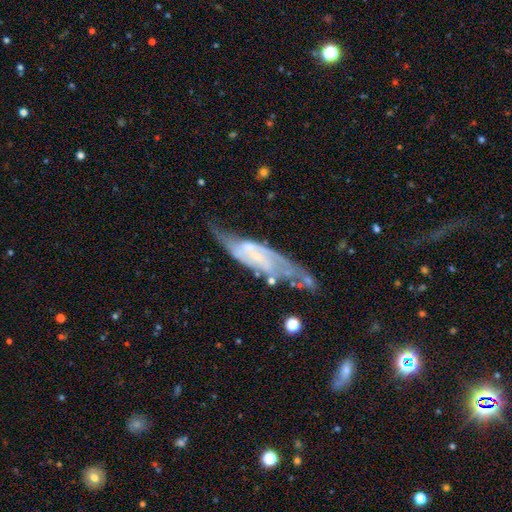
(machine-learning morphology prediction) The model was most divided on "bar": no: 40%, weak: 38%, strong: 22%. Remaining: spiral arms — yes (91%); smooth or featured — featured or disk (81%); edge-on disk — no (79%); spiral arm count — 2 (74%); bulge size — small (58%); merging — none (54%); spiral winding — medium (45%).